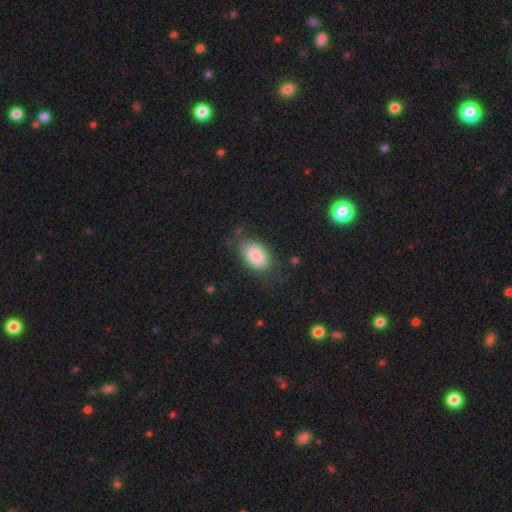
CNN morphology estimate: smooth-or-featured: smooth: 81% | featured or disk: 12% | star or artifact: 6%
  how-rounded: in between: 93% | round: 5% | cigar-shaped: 2%
  merging: none: 65% | minor disturbance: 24% | major disturbance: 10% | merger: 2%